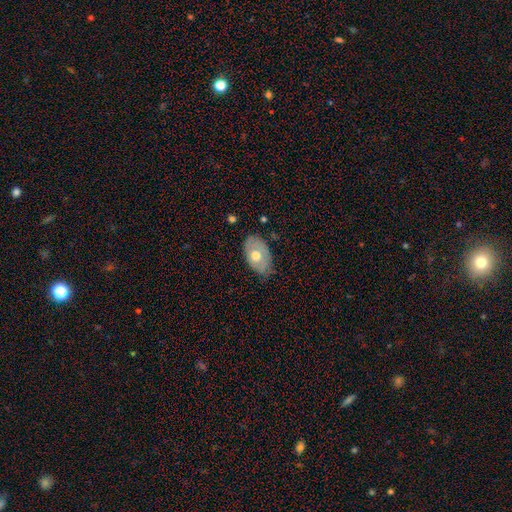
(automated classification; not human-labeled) Morphology: type=smooth (55%); roundness=in between (89%); merging=none (67%).